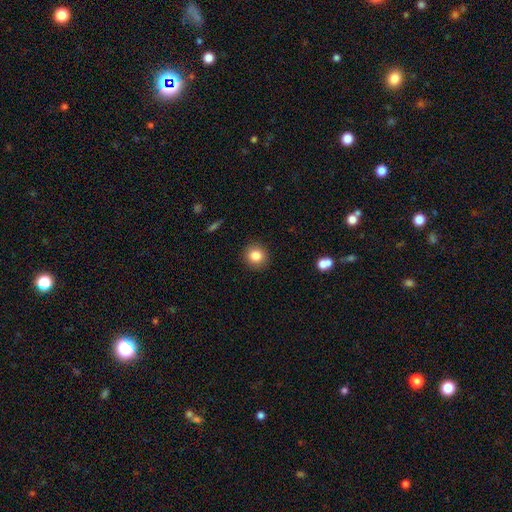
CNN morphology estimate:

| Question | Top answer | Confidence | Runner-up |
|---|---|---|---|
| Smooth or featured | smooth | 84% | star or artifact (10%) |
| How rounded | round | 90% | in between (10%) |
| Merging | none | 91% | minor disturbance (6%) |